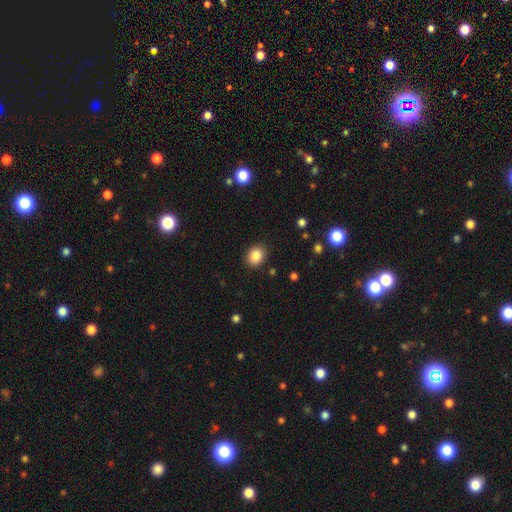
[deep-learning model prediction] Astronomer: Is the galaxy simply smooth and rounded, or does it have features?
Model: smooth — 87%.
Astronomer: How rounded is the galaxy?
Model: round — 59% (runner-up: in between, 40%).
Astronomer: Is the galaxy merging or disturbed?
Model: none — 89%.